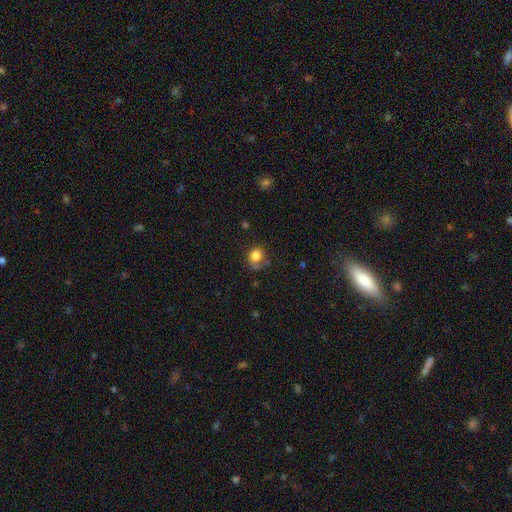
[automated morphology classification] A smooth galaxy with no disk features (82%) that is round (67%).

Vote fractions:
- Smooth or featured? smooth: 82% / star or artifact: 11% / featured or disk: 7%
- How rounded? round: 67% / in between: 32% / cigar-shaped: 1%
- Merging? none: 60% / minor disturbance: 24% / major disturbance: 8% / merger: 8%